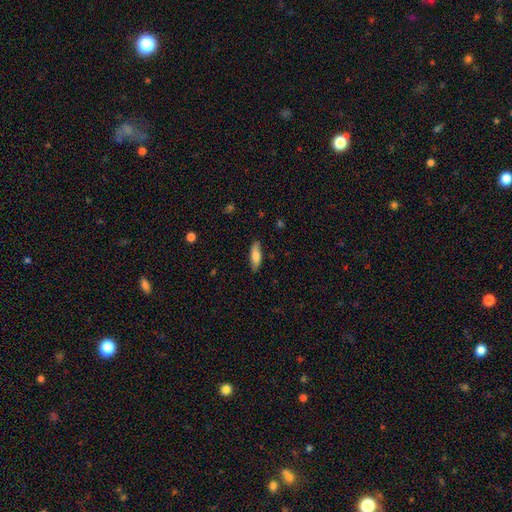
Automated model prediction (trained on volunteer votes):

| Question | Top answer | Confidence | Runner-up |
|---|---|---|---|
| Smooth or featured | smooth | 78% | featured or disk (16%) |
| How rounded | in between | 56% | cigar-shaped (43%) |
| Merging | none | 85% | minor disturbance (12%) |